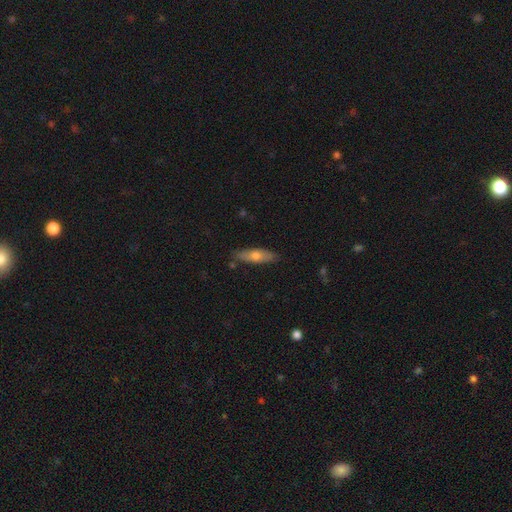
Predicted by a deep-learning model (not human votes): This is likely a smooth galaxy (63%). How rounded: possibly cigar-shaped (50%). Merging: clearly none (82%).